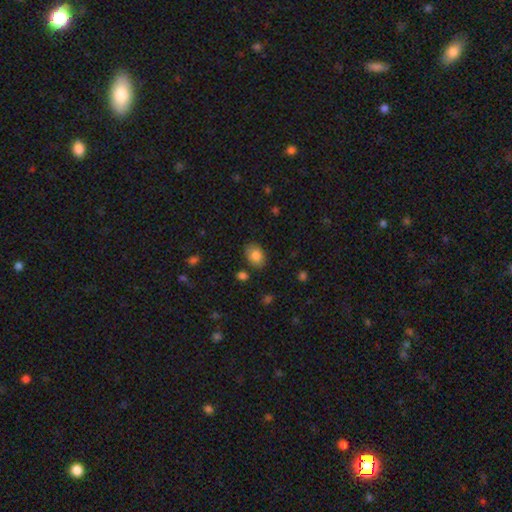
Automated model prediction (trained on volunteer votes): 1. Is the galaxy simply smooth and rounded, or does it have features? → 82% smooth, 10% featured or disk, 8% star or artifact.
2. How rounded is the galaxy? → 70% in between, 29% round, 1% cigar-shaped.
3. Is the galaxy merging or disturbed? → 81% none, 13% minor disturbance, 3% major disturbance, 3% merger.